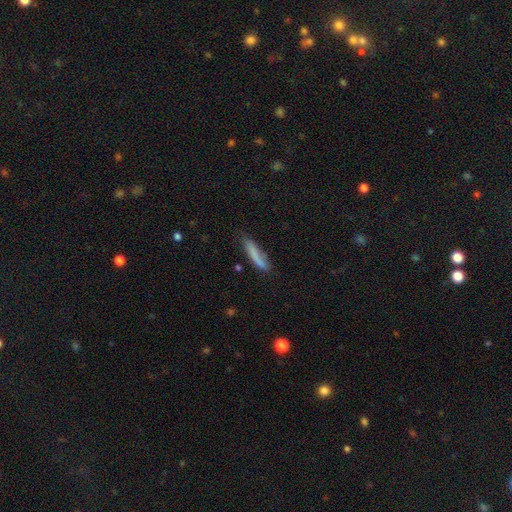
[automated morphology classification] A smooth galaxy with no disk features (76%) that is cigar-shaped (82%).

Vote fractions:
- Smooth or featured? smooth: 76% / featured or disk: 17% / star or artifact: 7%
- How rounded? cigar-shaped: 82% / in between: 16% / round: 2%
- Merging? none: 67% / minor disturbance: 23% / major disturbance: 6% / merger: 4%